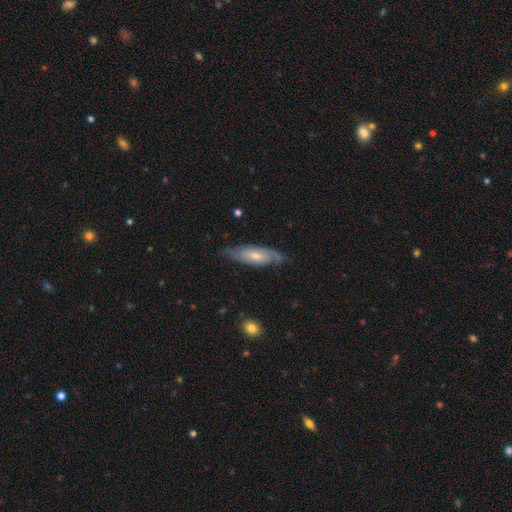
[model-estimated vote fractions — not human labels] A featured or disk galaxy (58%). Merging: none (72%).